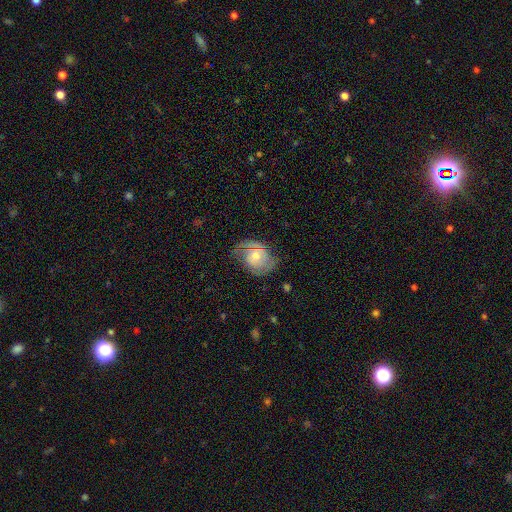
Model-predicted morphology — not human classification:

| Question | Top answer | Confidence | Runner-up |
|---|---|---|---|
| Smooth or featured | featured or disk | 63% | smooth (29%) |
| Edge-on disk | no | 96% | yes (4%) |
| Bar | no | 71% | weak (24%) |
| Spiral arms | yes | 82% | no (18%) |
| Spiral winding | tight | 45% | medium (38%) |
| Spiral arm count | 2 | 62% | can't tell (18%) |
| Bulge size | moderate | 57% | small (33%) |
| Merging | none | 63% | minor disturbance (23%) |